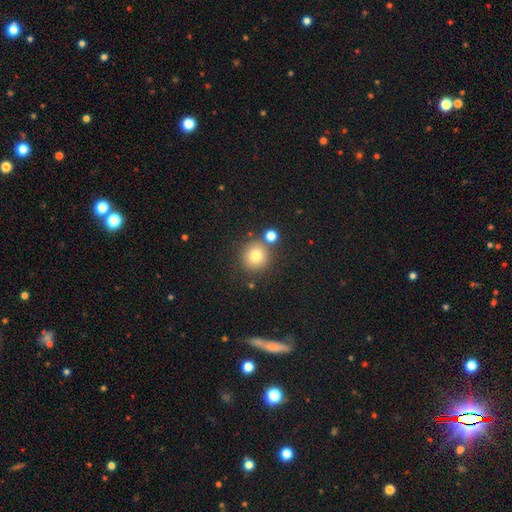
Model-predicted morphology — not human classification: Smooth or featured: smooth — 78% (star or artifact — 13%)
How rounded: round — 92% (in between — 7%)
Merging: none — 76% (merger — 13%)